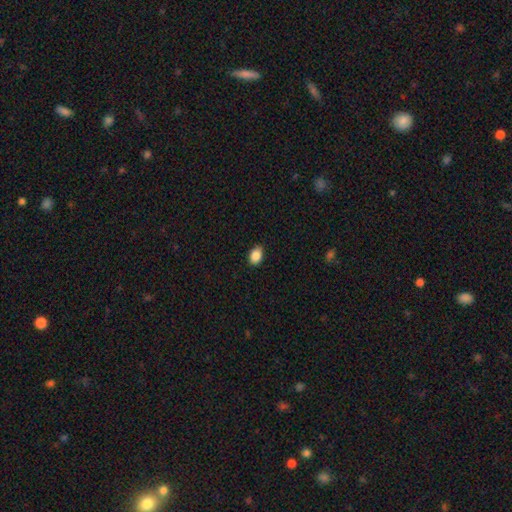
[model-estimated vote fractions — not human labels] Smooth or featured? smooth (88%)
How rounded? in between (79%)
Merging? none (85%)